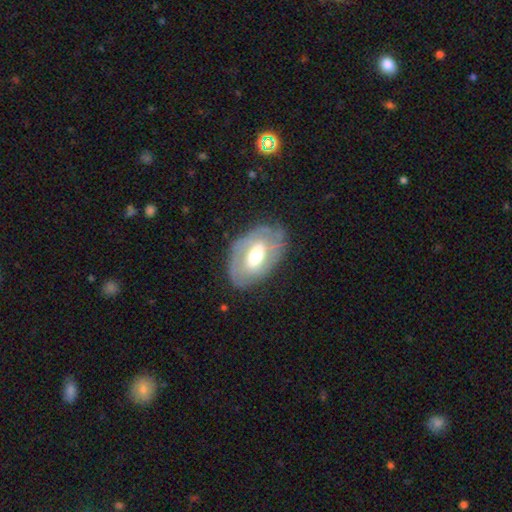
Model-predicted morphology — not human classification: Smooth or featured: featured or disk — 61% (smooth — 33%)
Edge-on disk: no — 92% (yes — 8%)
Bar: weak — 40% (no — 39%)
Spiral arms: yes — 55% (no — 45%)
Bulge size: moderate — 61% (large — 22%)
Merging: none — 69% (minor disturbance — 21%)